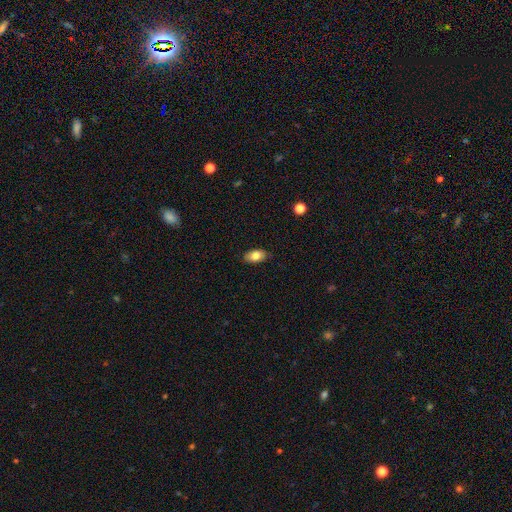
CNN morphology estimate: This is likely a smooth galaxy (80%). How rounded: clearly in between (92%). Merging: clearly none (86%).